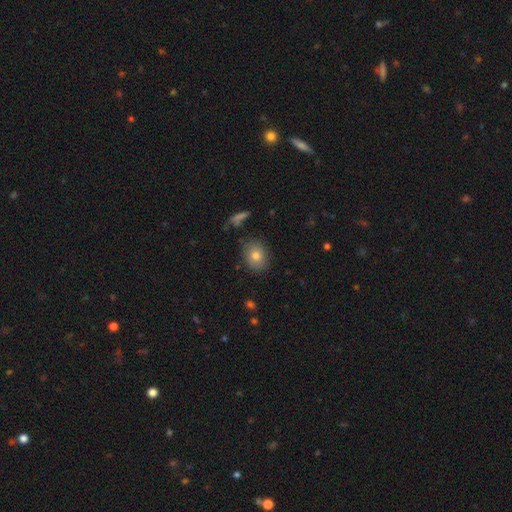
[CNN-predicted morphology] smooth 78%, featured or disk 12%, star or artifact 10%. Down the decision tree: how rounded — round (50%); merging — none (84%).